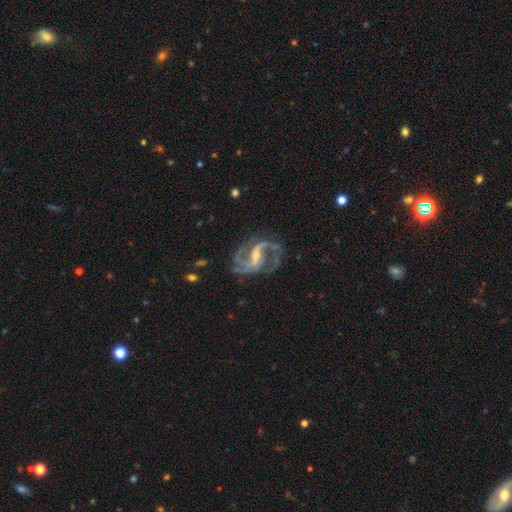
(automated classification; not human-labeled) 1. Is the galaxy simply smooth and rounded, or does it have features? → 91% featured or disk, 6% star or artifact, 3% smooth.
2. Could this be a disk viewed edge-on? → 98% no, 2% yes.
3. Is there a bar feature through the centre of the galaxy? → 46% weak, 37% strong, 17% no.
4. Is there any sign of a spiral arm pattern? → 98% yes, 2% no.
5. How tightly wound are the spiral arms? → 47% medium, 41% loose, 12% tight.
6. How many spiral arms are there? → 66% 2, 16% 3, 6% can't tell, 5% 4, 4% 1, 4% more than 4.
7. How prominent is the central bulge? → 60% small, 34% moderate, 4% none, 2% large, 1% dominant.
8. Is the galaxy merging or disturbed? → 69% none, 17% minor disturbance, 12% major disturbance, 2% merger.